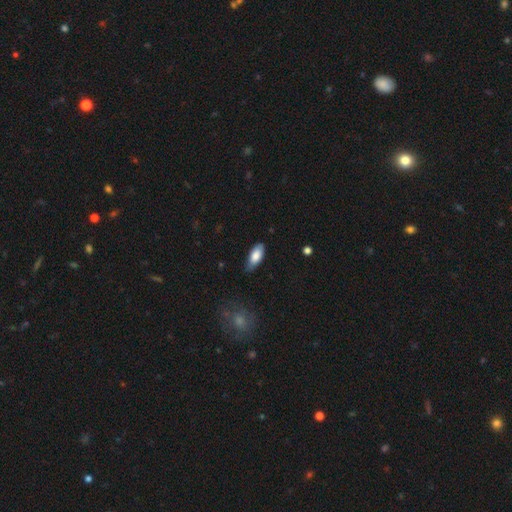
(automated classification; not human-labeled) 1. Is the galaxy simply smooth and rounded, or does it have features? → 80% smooth, 14% featured or disk, 6% star or artifact.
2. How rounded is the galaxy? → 87% in between, 11% cigar-shaped, 2% round.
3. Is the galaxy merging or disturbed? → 66% none, 27% minor disturbance, 5% major disturbance, 1% merger.